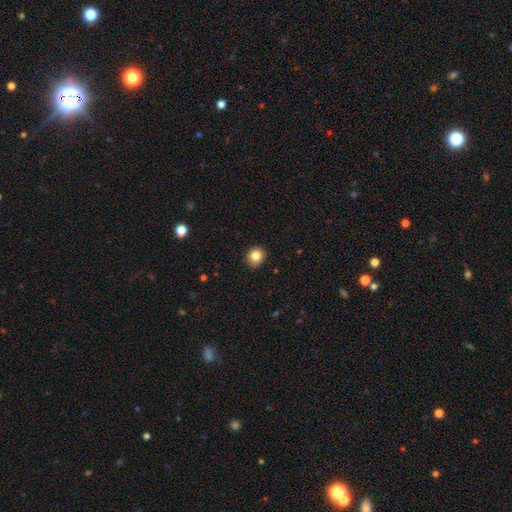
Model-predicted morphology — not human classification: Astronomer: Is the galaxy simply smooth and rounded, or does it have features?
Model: smooth — 83%.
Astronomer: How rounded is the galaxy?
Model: round — 77%.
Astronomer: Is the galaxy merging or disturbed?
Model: none — 89%.